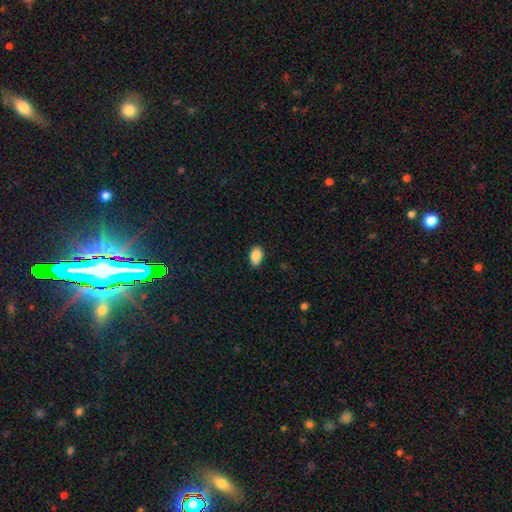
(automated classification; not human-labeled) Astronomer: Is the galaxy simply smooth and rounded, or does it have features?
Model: smooth — 85%.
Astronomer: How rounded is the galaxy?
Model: in between — 86%.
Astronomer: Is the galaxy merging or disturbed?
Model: none — 81%.